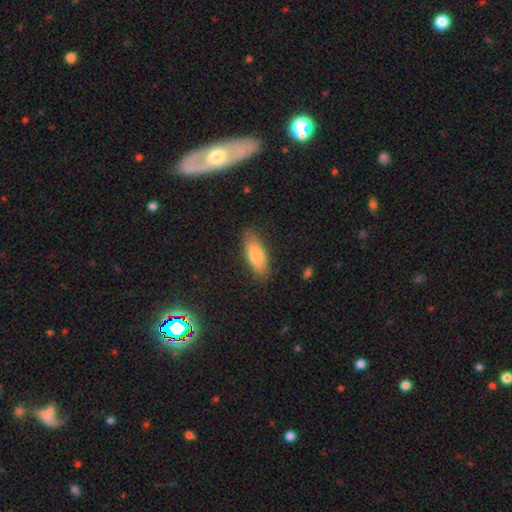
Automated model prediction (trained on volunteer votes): Smooth or featured?
  - smooth: 81% *
  - featured or disk: 13%
  - star or artifact: 6%
How rounded?
  - in between: 67% *
  - cigar-shaped: 31%
  - round: 2%
Merging?
  - none: 80% *
  - minor disturbance: 16%
  - major disturbance: 3%
  - merger: 1%